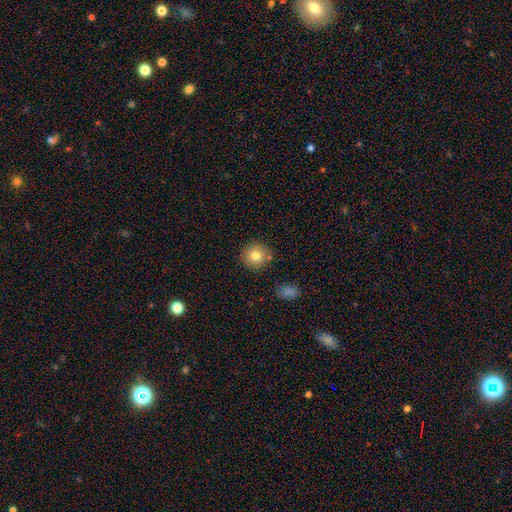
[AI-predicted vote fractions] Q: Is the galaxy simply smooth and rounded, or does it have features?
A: smooth — 80%.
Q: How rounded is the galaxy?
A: round — 91%.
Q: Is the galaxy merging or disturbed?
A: none — 83%.